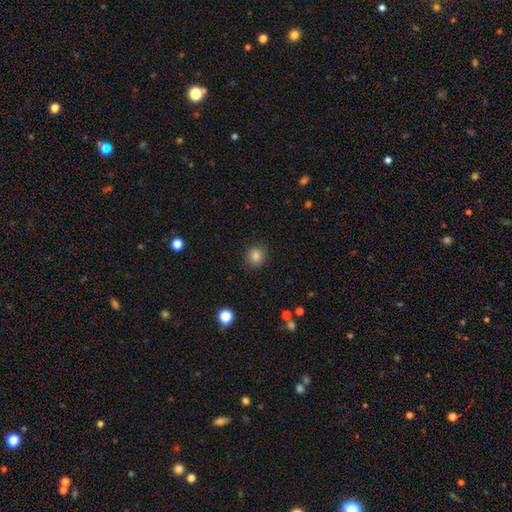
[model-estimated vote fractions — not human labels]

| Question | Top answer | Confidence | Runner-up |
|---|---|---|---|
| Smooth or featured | smooth | 85% | star or artifact (11%) |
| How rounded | round | 84% | in between (15%) |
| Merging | none | 89% | minor disturbance (7%) |